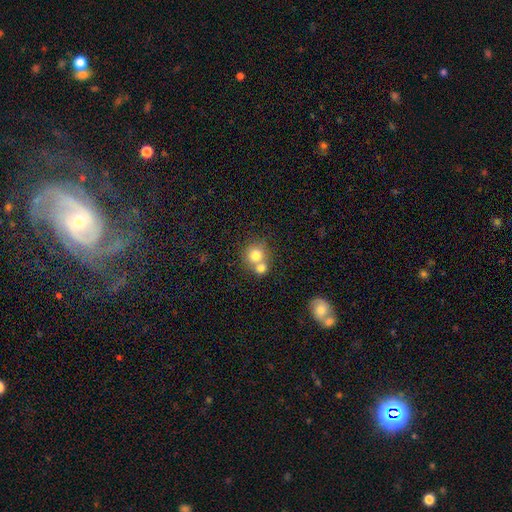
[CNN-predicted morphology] type=smooth (77%); roundness=round (85%); merging=merger (50%).